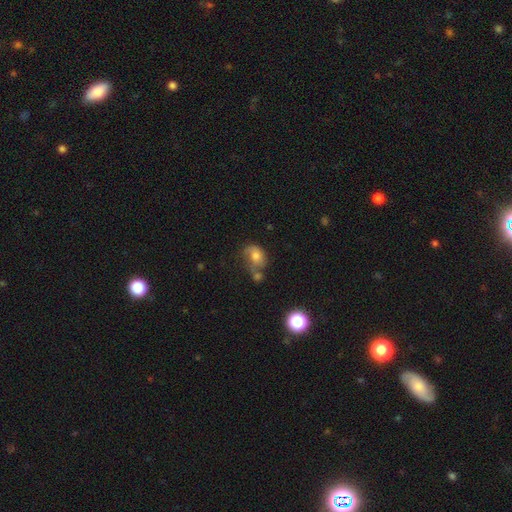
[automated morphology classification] Q: Smooth or featured?
A: smooth (58%); runner-up: featured or disk (30%)
Q: How rounded?
A: in between (64%); runner-up: round (35%)
Q: Merging?
A: none (33%); runner-up: merger (28%)